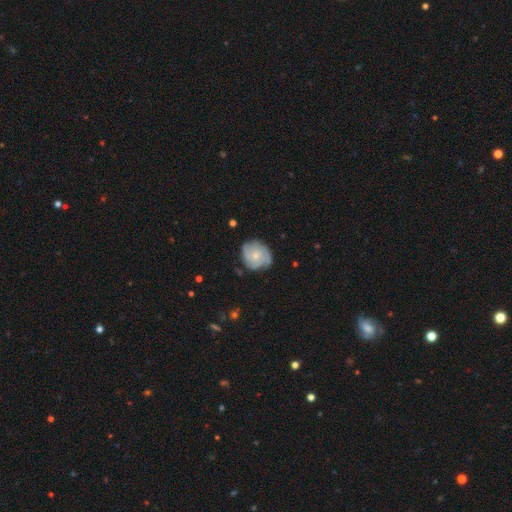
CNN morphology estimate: Q: Smooth or featured?
A: featured or disk (63%); runner-up: smooth (31%)
Q: Edge-on disk?
A: no (98%); runner-up: yes (2%)
Q: Bar?
A: no (81%); runner-up: weak (17%)
Q: Spiral arms?
A: yes (86%); runner-up: no (14%)
Q: Spiral winding?
A: tight (56%); runner-up: medium (32%)
Q: Spiral arm count?
A: can't tell (33%); runner-up: 3 (27%)
Q: Bulge size?
A: small (66%); runner-up: moderate (30%)
Q: Merging?
A: none (71%); runner-up: minor disturbance (22%)